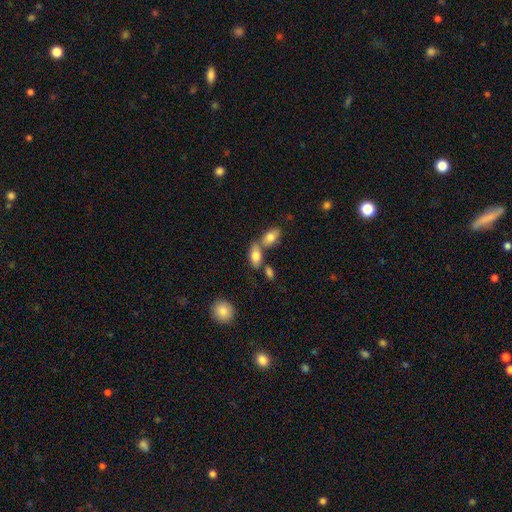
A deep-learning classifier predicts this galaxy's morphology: Q: Smooth or featured?
A: smooth (79%); runner-up: featured or disk (14%)
Q: How rounded?
A: in between (87%); runner-up: cigar-shaped (7%)
Q: Merging?
A: merger (43%); runner-up: none (41%)